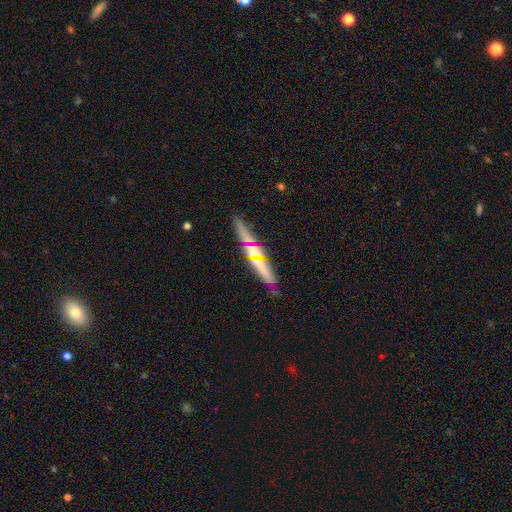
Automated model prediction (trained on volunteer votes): Overall: featured or disk (46%, tied with smooth). Merging: none (82%).